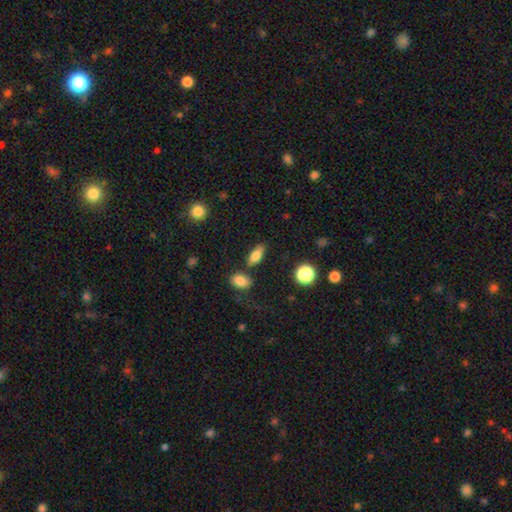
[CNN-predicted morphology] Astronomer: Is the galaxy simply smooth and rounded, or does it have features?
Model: smooth — 79%.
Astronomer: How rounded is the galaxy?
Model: in between — 79%.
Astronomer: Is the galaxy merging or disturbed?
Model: none — 76%.